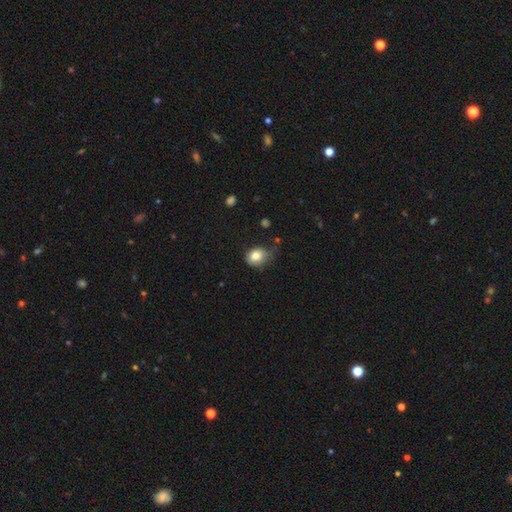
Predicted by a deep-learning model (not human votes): This is likely a smooth galaxy (80%). How rounded: possibly round (58%). Merging: marginally none (43%).